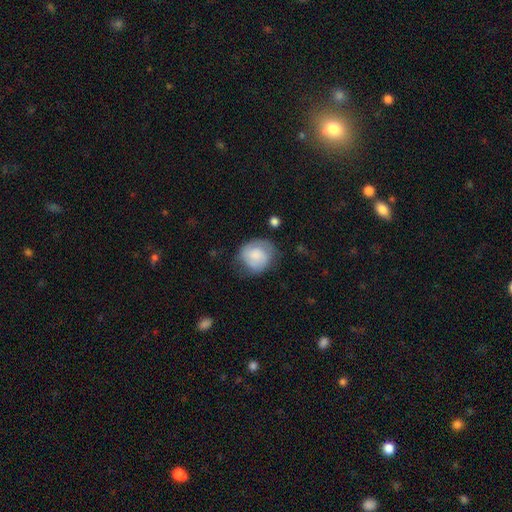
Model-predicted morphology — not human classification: A smooth galaxy with no disk features (70%) that is round (78%). Merging: none (57%).